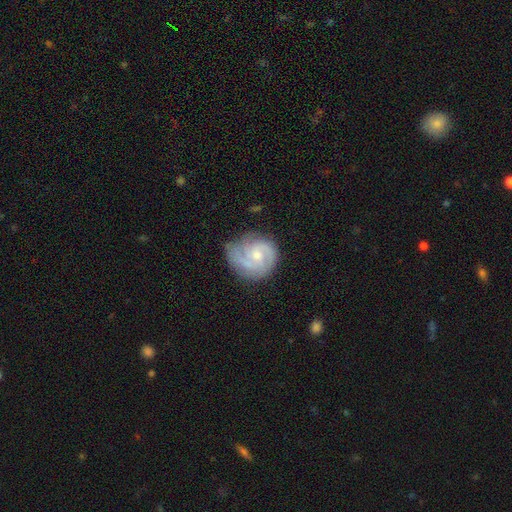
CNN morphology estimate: This is clearly a featured or disk galaxy (83%). It is clearly not viewed edge-on (98%). Bar: likely no (61%). Spiral arm pattern: clearly yes (97%). Spiral arm count: marginally 2 (44%). Spiral winding: possibly tight (51%). Central bulge: possibly small (57%). Merging: likely none (70%).